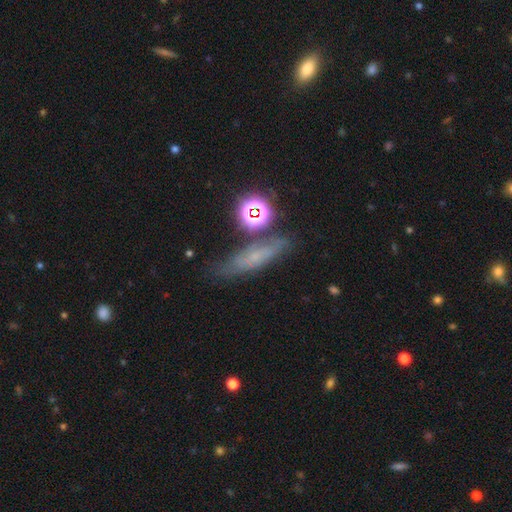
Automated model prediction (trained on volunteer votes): Smooth or featured: smooth — 42% (featured or disk — 33%)
Merging: none — 65% (minor disturbance — 19%)